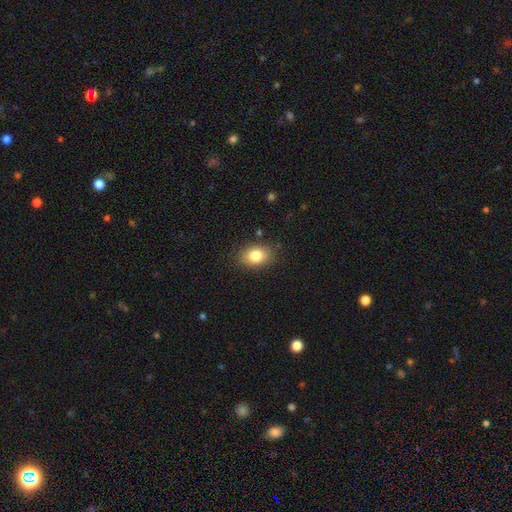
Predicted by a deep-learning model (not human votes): The model was most divided on "how rounded": in between: 78%, round: 21%, cigar-shaped: 1%. More confident: merging — none (85%); smooth or featured — smooth (82%).